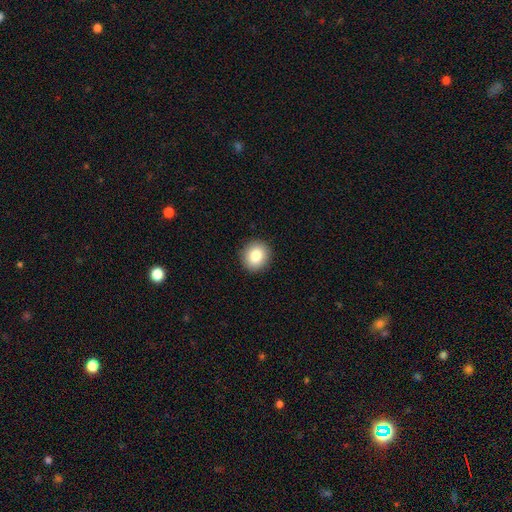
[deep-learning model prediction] smooth-or-featured: smooth: 84% | star or artifact: 9% | featured or disk: 7%
  how-rounded: round: 81% | in between: 18% | cigar-shaped: 1%
  merging: none: 91% | minor disturbance: 6% | major disturbance: 2% | merger: 1%